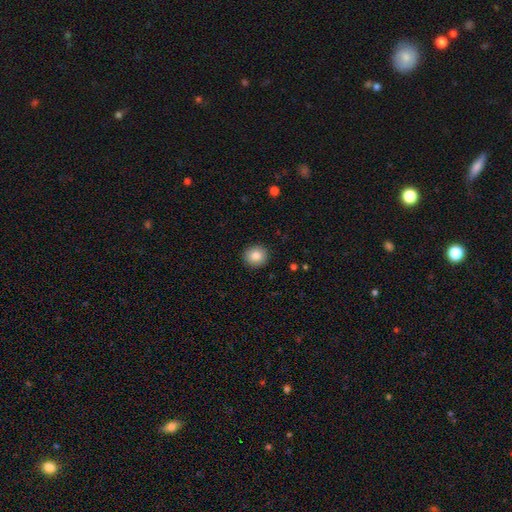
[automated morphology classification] Smooth or featured? Predicted: smooth (p=0.85). How rounded? Predicted: round (p=0.89). Merging? Predicted: none (p=0.92).